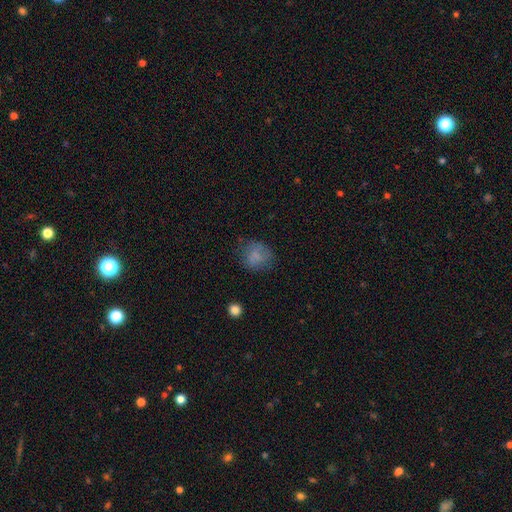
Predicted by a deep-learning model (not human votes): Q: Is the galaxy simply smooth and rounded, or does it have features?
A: smooth — 74%.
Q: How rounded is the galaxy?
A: round — 67%.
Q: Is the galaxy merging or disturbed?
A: none — 64%.